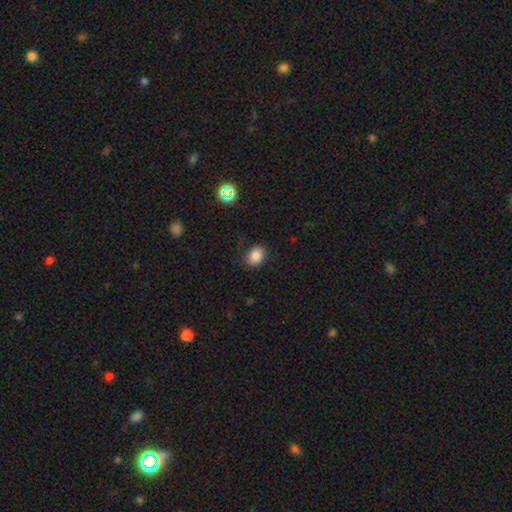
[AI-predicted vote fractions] A smooth galaxy with no disk features (83%) that is in between round and cigar-shaped (59%).

Vote fractions:
- Smooth or featured? smooth: 83% / star or artifact: 11% / featured or disk: 6%
- How rounded? in between: 59% / round: 40% / cigar-shaped: 1%
- Merging? none: 78% / minor disturbance: 16% / major disturbance: 5% / merger: 1%